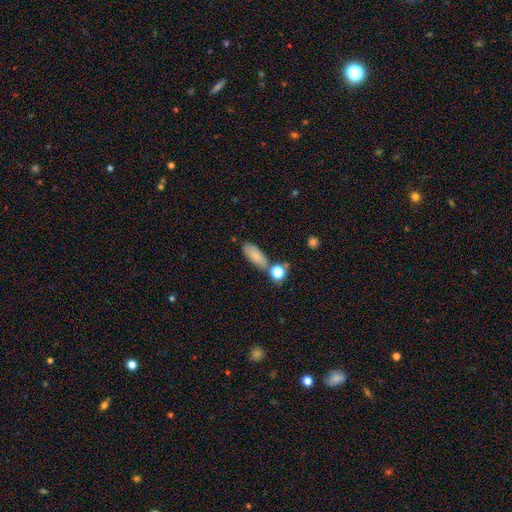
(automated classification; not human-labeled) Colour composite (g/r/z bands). It shows a smooth galaxy with no disk features (79%) that is in between round and cigar-shaped (78%). Merging: none (61%).